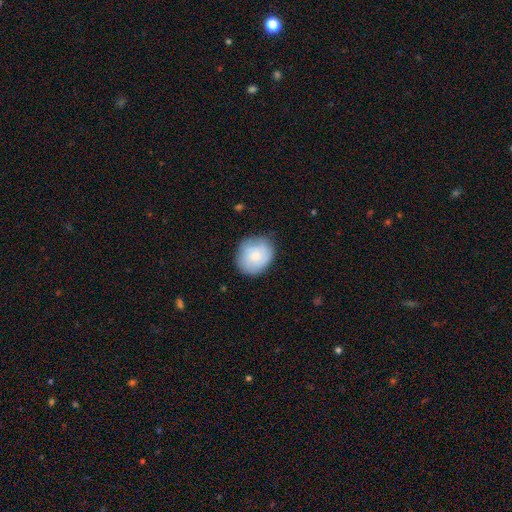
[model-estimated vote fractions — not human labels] Morphology: type=smooth (66%); roundness=round (71%); merging=none (74%).